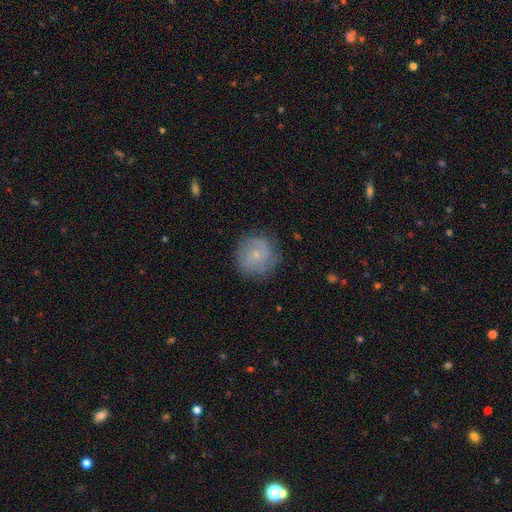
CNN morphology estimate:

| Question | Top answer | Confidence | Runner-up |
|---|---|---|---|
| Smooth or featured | featured or disk | 48% | smooth (43%) |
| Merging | none | 79% | minor disturbance (15%) |